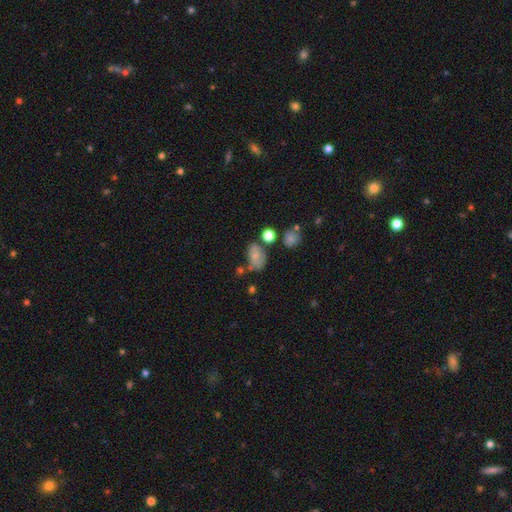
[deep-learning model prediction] Morphology: type=smooth (71%); roundness=in between (80%); merging=none (53%).